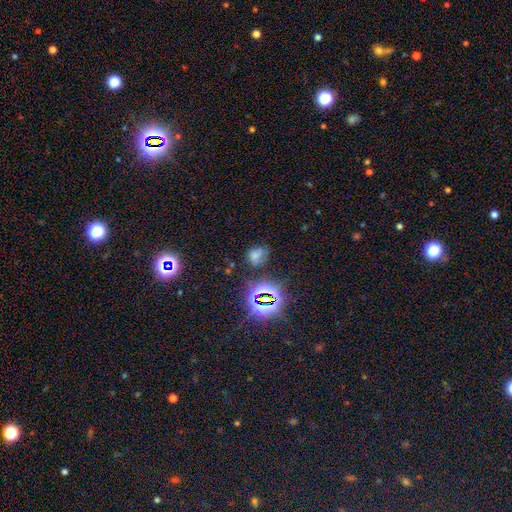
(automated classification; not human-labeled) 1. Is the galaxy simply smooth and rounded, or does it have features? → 53% smooth, 37% star or artifact, 10% featured or disk.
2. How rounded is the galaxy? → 50% in between, 48% round, 2% cigar-shaped.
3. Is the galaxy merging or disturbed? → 55% none, 25% minor disturbance, 13% major disturbance, 6% merger.